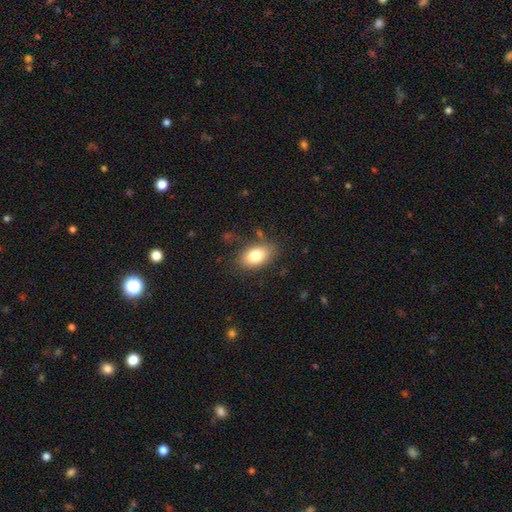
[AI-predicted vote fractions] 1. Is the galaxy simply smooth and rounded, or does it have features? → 80% smooth, 12% featured or disk, 8% star or artifact.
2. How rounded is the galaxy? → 87% in between, 12% round, 2% cigar-shaped.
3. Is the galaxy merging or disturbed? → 77% none, 16% minor disturbance, 5% major disturbance, 3% merger.